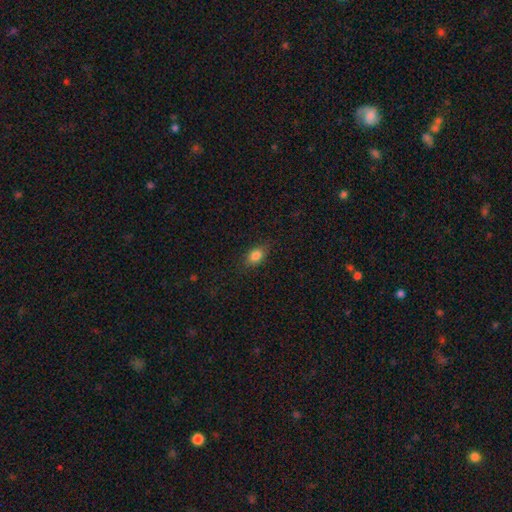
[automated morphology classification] Smooth or featured?
  - smooth: 84% *
  - star or artifact: 9%
  - featured or disk: 7%
How rounded?
  - in between: 80% *
  - round: 16%
  - cigar-shaped: 4%
Merging?
  - none: 83% *
  - minor disturbance: 12%
  - major disturbance: 3%
  - merger: 1%